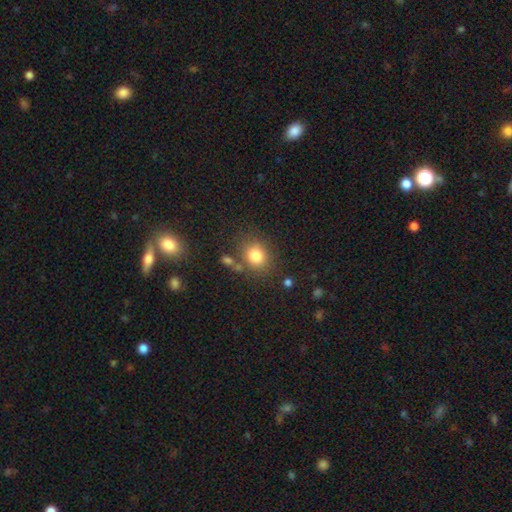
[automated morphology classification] Smooth or featured? Predicted: smooth (p=0.80). How rounded? Predicted: round (p=0.64). Merging? Predicted: none (p=0.73).